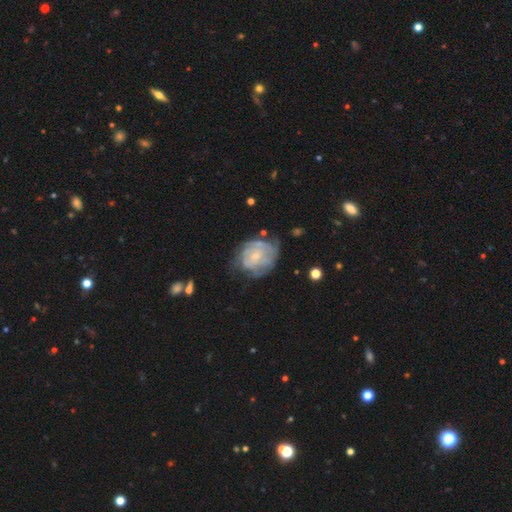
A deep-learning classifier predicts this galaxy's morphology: Q: Smooth or featured?
A: featured or disk (68%); runner-up: smooth (25%)
Q: Edge-on disk?
A: no (97%); runner-up: yes (3%)
Q: Bar?
A: no (68%); runner-up: weak (27%)
Q: Spiral arms?
A: yes (74%); runner-up: no (26%)
Q: Bulge size?
A: small (67%); runner-up: moderate (24%)
Q: Merging?
A: none (50%); runner-up: minor disturbance (29%)